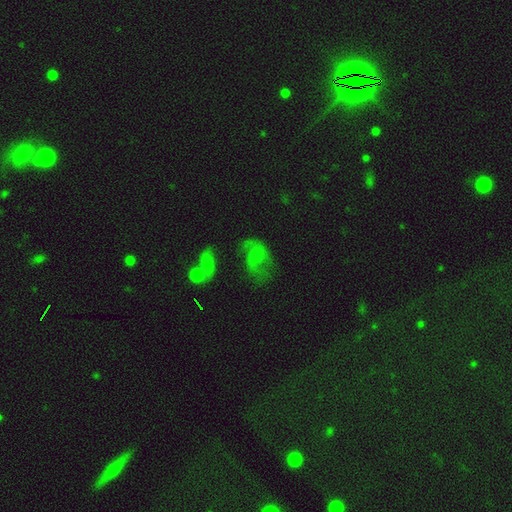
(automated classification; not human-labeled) The model was most divided on "merging": none: 35%, major disturbance: 34%, minor disturbance: 22%, merger: 8%. Remaining: smooth or featured — featured or disk (44%).